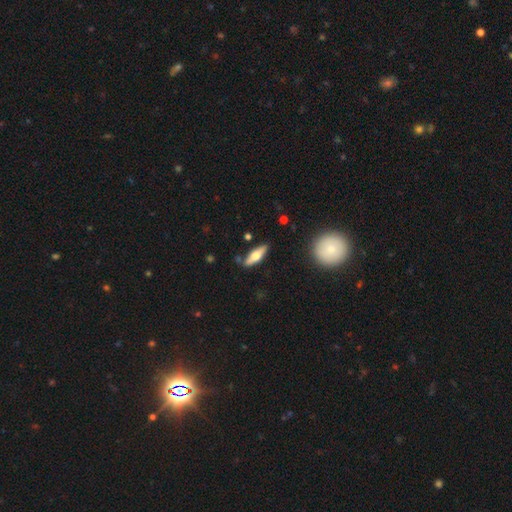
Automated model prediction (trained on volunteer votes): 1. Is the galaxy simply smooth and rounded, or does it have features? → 48% smooth, 46% featured or disk, 6% star or artifact.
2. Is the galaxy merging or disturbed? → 81% none, 13% minor disturbance, 3% merger, 3% major disturbance.